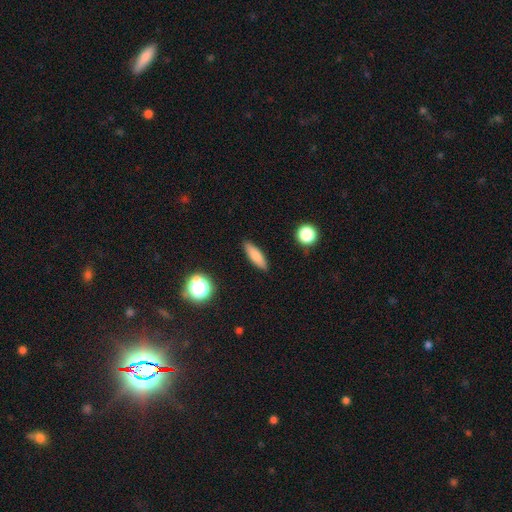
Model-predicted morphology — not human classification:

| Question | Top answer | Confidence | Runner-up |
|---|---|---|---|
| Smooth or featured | smooth | 79% | featured or disk (13%) |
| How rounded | cigar-shaped | 58% | in between (39%) |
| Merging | none | 89% | minor disturbance (8%) |